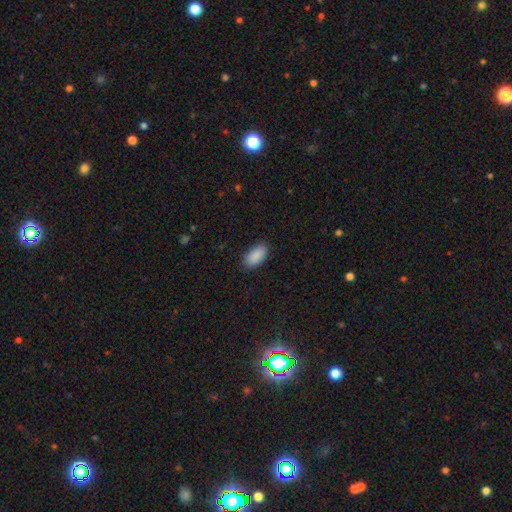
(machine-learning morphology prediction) Smooth or featured? smooth (90%)
How rounded? in between (94%)
Merging? none (87%)